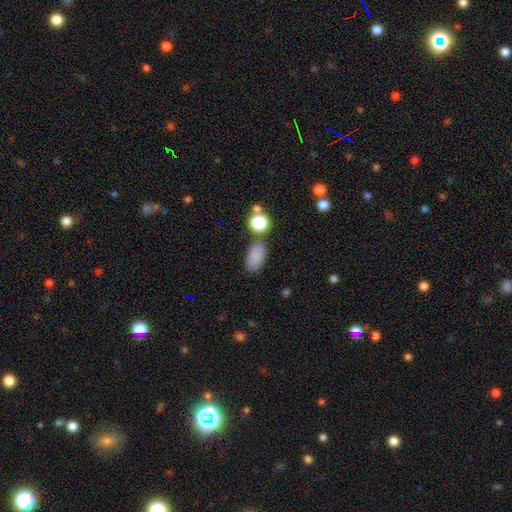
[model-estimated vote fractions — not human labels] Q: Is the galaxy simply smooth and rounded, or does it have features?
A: smooth — 82%.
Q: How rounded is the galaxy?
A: in between — 89%.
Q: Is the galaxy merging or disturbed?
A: none — 70%.